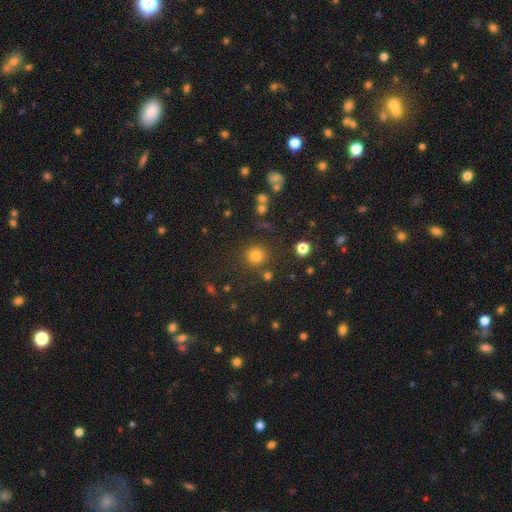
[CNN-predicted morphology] type=smooth (76%); roundness=round (94%); merging=none (86%).